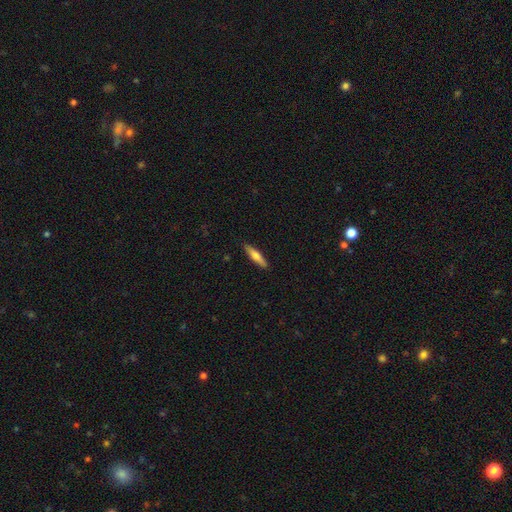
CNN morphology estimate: This is possibly a smooth galaxy (55%). How rounded: clearly cigar-shaped (81%). Merging: clearly none (90%).